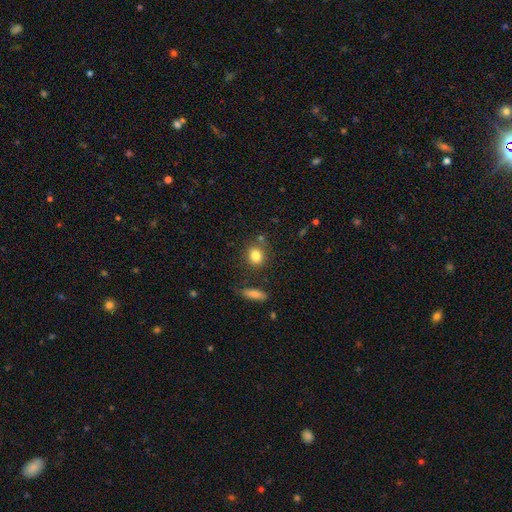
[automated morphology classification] type=smooth (83%); roundness=round (69%); merging=none (76%).